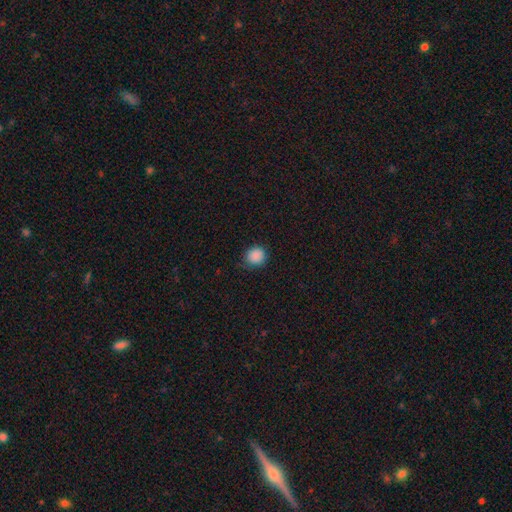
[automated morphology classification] Smooth or featured? smooth (88%)
How rounded? round (87%)
Merging? none (84%)